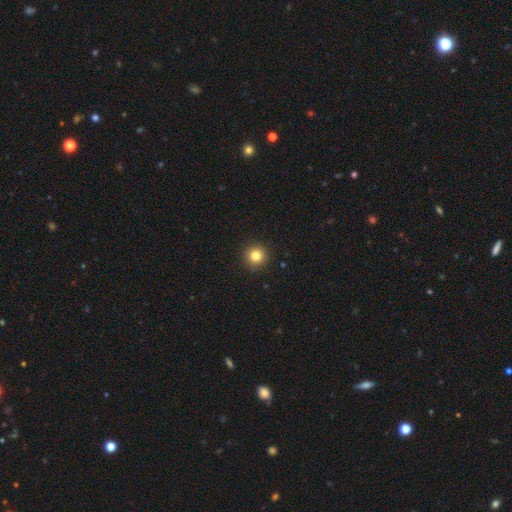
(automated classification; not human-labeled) Overall: smooth (82%). How rounded: round (95%). Merging: none (93%).